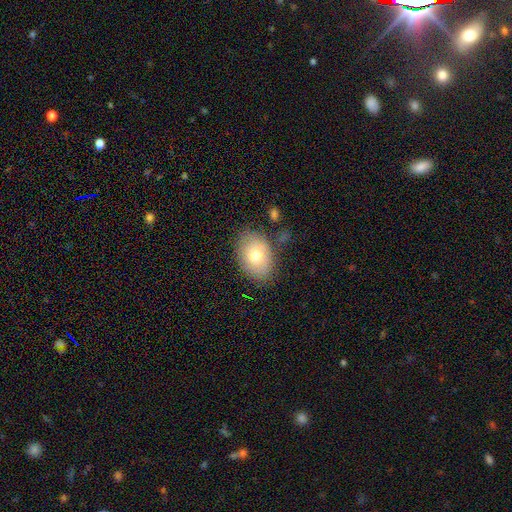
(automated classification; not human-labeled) Overall: smooth (72%). How rounded: in between (76%). Merging: none (78%).